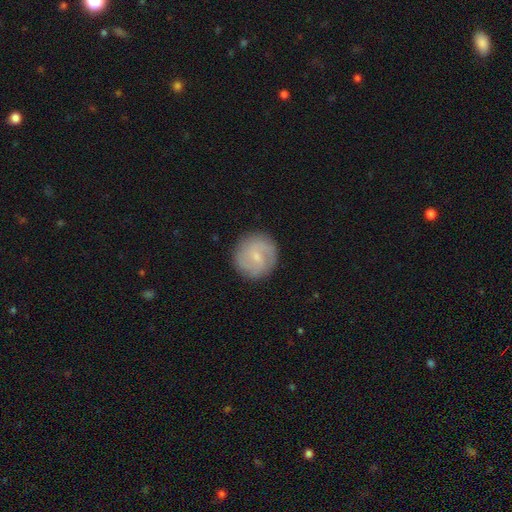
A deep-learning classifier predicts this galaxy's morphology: featured or disk 63%, smooth 31%, star or artifact 7%. Down the decision tree: edge-on disk — no (97%); bar — weak (51%); spiral arms — yes (89%); spiral arm count — 2 (63%); spiral winding — medium (44%); bulge size — small (73%); merging — none (87%).